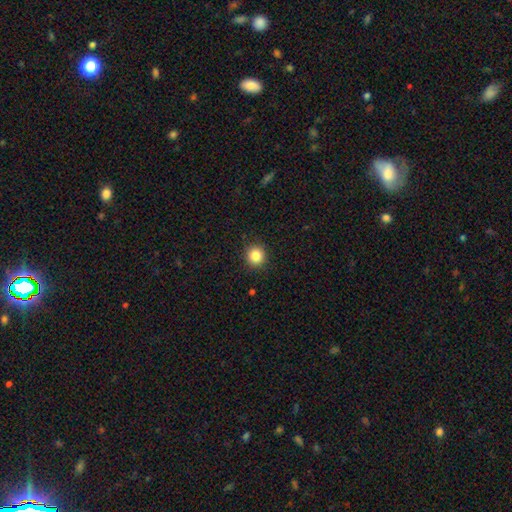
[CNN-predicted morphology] This is clearly a smooth galaxy (85%). How rounded: clearly round (93%). Merging: clearly none (91%).